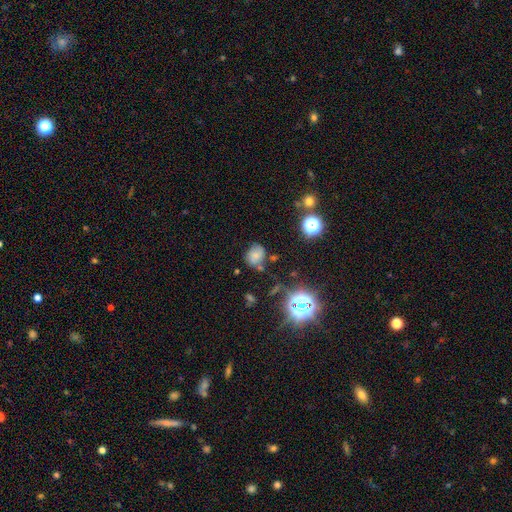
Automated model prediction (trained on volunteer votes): The model was most divided on "how rounded": round: 51%, in between: 47%, cigar-shaped: 1%. More confident: merging — none (63%); smooth or featured — smooth (59%).